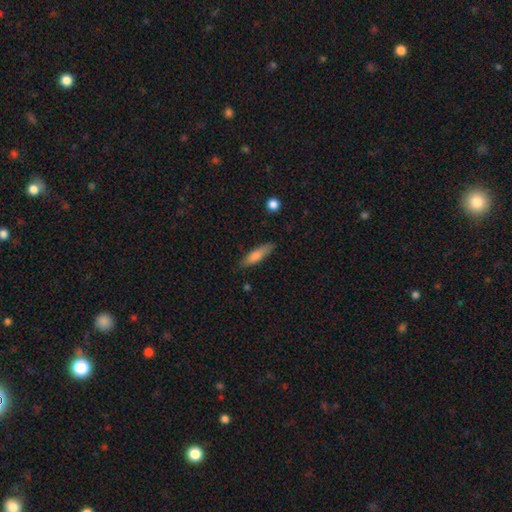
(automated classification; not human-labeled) smooth 73%, featured or disk 21%, star or artifact 6%. Down the decision tree: how rounded — cigar-shaped (71%); merging — none (83%).